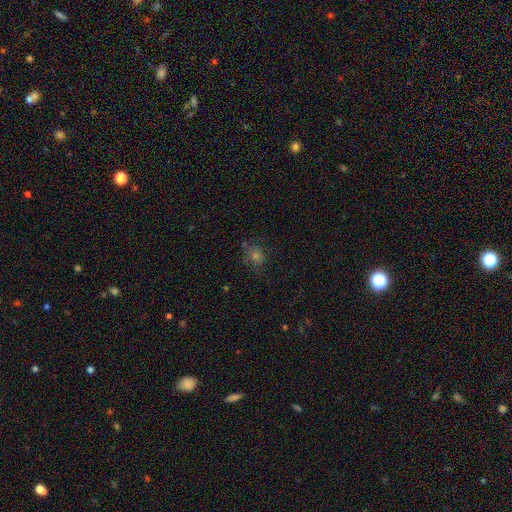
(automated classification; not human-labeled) smooth 46%, star or artifact 32%, featured or disk 23%. Down the decision tree: merging — none (70%).